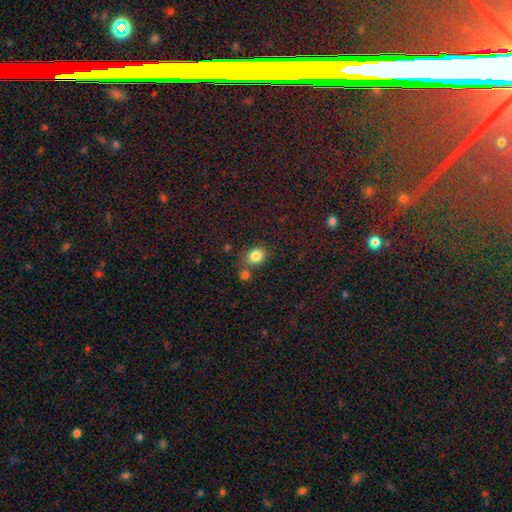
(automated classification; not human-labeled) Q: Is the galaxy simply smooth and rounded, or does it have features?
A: smooth — 83%.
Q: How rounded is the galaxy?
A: in between — 54%.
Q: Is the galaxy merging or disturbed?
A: none — 64%.